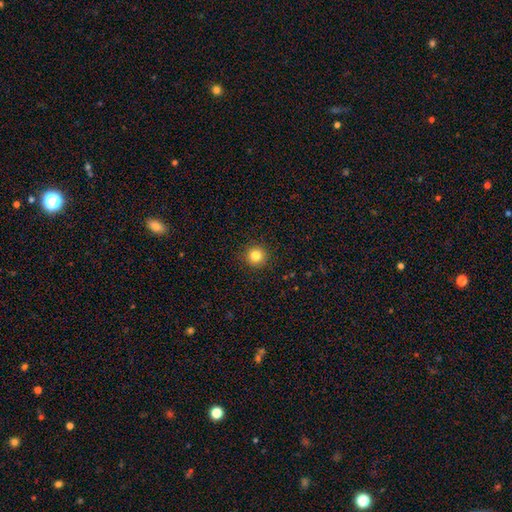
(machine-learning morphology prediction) The model was most divided on "smooth or featured": smooth: 83%, star or artifact: 12%, featured or disk: 5%. More confident: how rounded — round (94%); merging — none (91%).